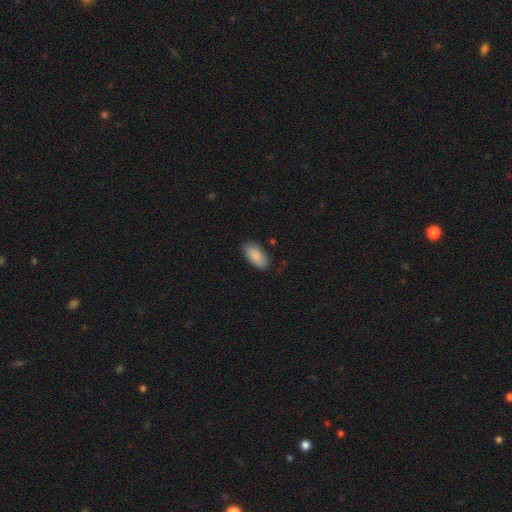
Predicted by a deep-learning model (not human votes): smooth-or-featured: smooth: 87% | featured or disk: 7% | star or artifact: 6%
  how-rounded: in between: 91% | cigar-shaped: 6% | round: 2%
  merging: none: 81% | minor disturbance: 15% | major disturbance: 3% | merger: 1%